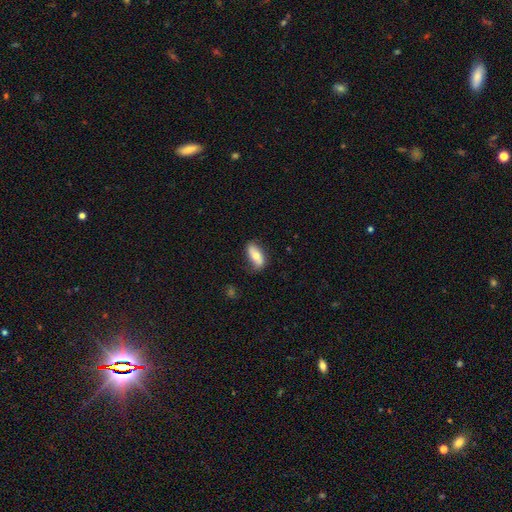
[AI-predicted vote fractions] This appears to be a smooth galaxy with no disk features (62%) that is in between round and cigar-shaped (83%). Merging: none (72%).